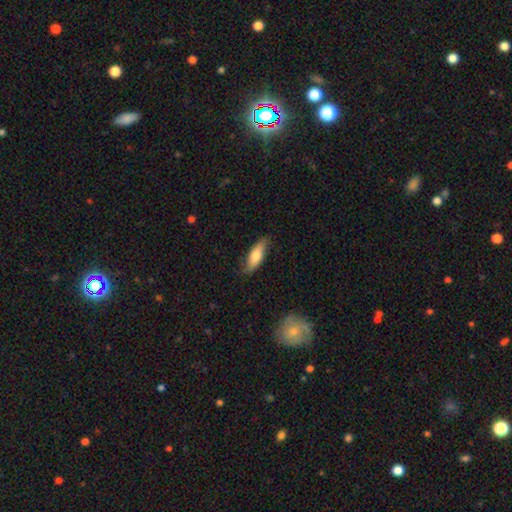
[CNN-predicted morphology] Smooth or featured: smooth — 71% (featured or disk — 23%)
How rounded: in between — 63% (cigar-shaped — 34%)
Merging: none — 77% (minor disturbance — 18%)